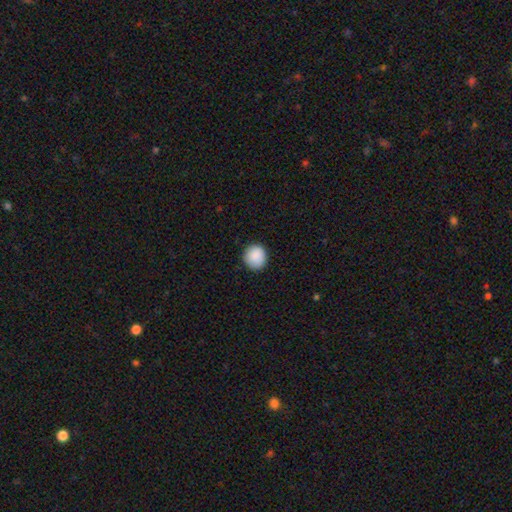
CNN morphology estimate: The model was most divided on "how rounded": round: 89%, in between: 10%, cigar-shaped: 1%. More confident: smooth or featured — smooth (90%); merging — none (89%).